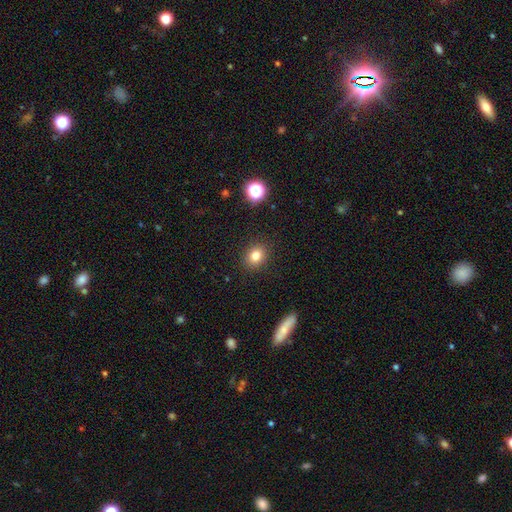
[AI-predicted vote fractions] smooth-or-featured: smooth: 80% | star or artifact: 13% | featured or disk: 7%
  how-rounded: round: 62% | in between: 37% | cigar-shaped: 1%
  merging: none: 89% | minor disturbance: 7% | major disturbance: 2% | merger: 1%